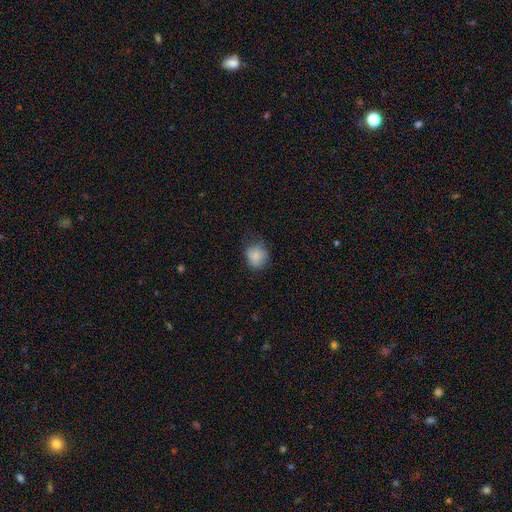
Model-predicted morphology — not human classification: A smooth galaxy with no disk features (85%) that is round (74%).

Vote fractions:
- Smooth or featured? smooth: 85% / star or artifact: 9% / featured or disk: 6%
- How rounded? round: 74% / in between: 25% / cigar-shaped: 1%
- Merging? none: 62% / minor disturbance: 28% / major disturbance: 9% / merger: 1%